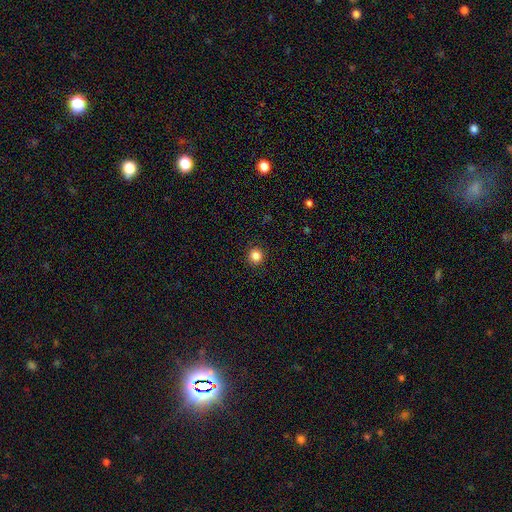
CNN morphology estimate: smooth 85%, star or artifact 11%, featured or disk 4%. Down the decision tree: how rounded — round (94%); merging — none (92%).